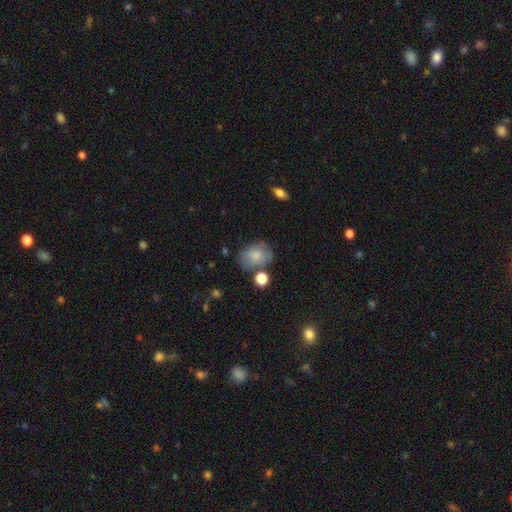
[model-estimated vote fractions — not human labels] Smooth or featured? Predicted: smooth (p=0.75). How rounded? Predicted: in between (p=0.65). Merging? Predicted: none (p=0.59).